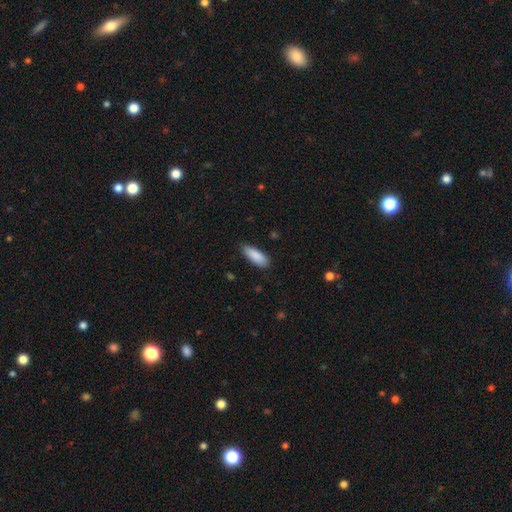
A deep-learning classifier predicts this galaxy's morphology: Smooth or featured? Predicted: smooth (p=0.89). How rounded? Predicted: in between (p=0.70). Merging? Predicted: none (p=0.82).